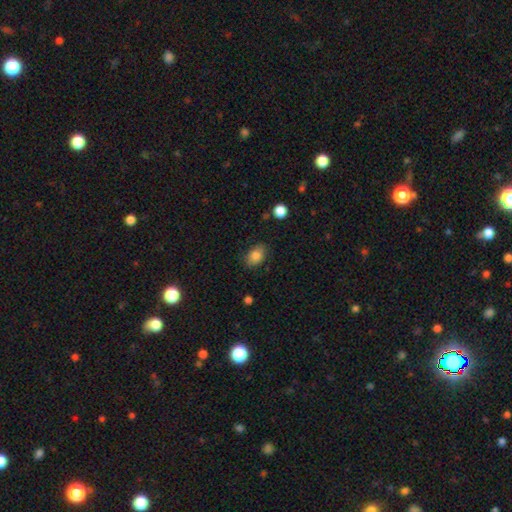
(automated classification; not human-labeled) This appears to be a smooth galaxy with no disk features (84%) that is in between round and cigar-shaped (76%). Merging: none (79%).